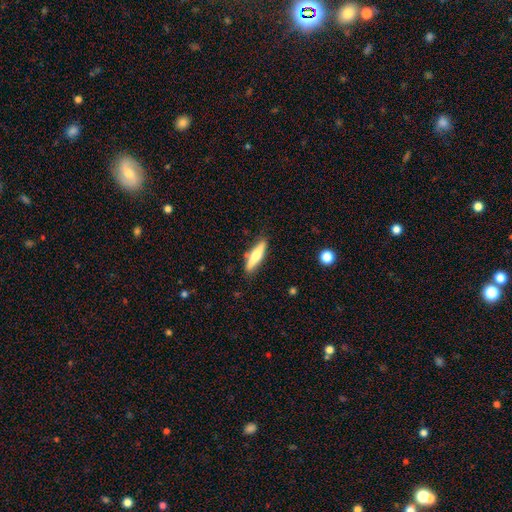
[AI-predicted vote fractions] Overall: smooth (56%; featured or disk 38%). How rounded: cigar-shaped (78%). Merging: none (83%).